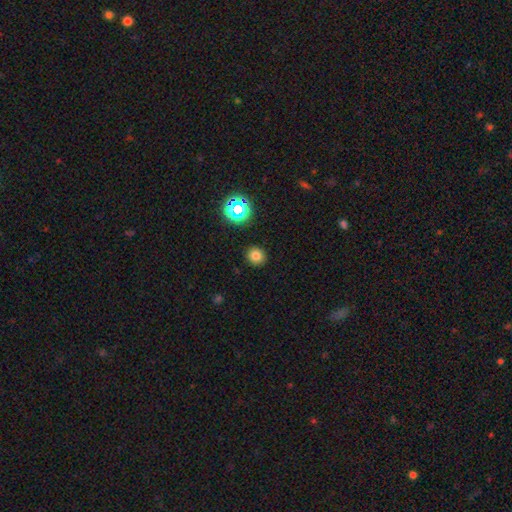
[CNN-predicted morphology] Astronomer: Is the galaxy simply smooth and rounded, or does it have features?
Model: smooth — 76%.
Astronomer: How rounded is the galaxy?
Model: round — 87%.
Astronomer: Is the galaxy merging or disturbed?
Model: none — 90%.